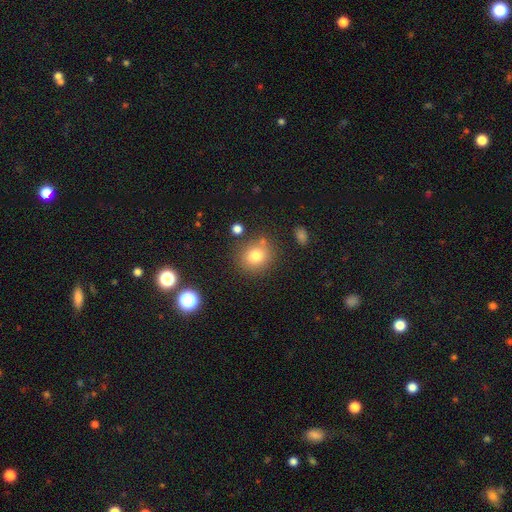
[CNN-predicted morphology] smooth-or-featured: smooth: 78% | star or artifact: 12% | featured or disk: 10%
  how-rounded: round: 81% | in between: 18% | cigar-shaped: 1%
  merging: none: 78% | minor disturbance: 12% | merger: 7% | major disturbance: 4%